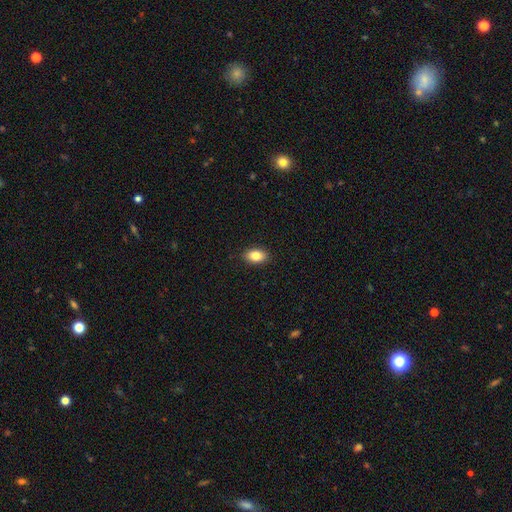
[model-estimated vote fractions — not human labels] Overall: smooth (85%). How rounded: in between (89%). Merging: none (90%).